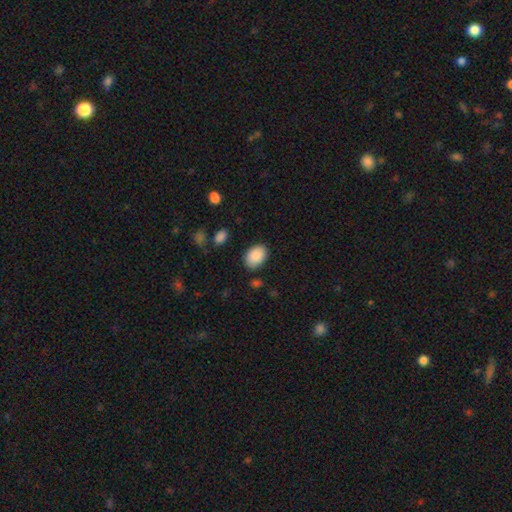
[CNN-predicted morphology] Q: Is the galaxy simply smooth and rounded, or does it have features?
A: smooth — 89%.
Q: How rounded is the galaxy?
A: in between — 82%.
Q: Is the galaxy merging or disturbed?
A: none — 84%.